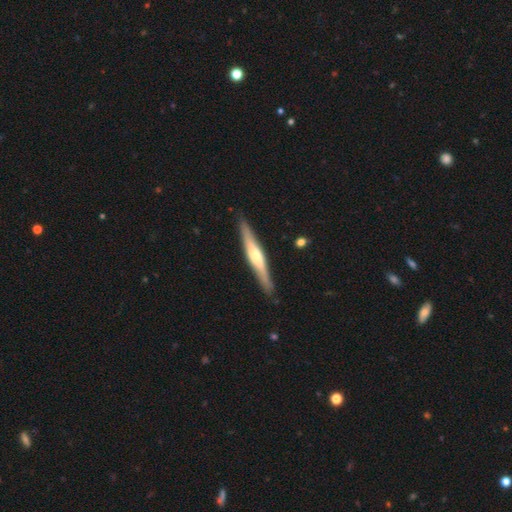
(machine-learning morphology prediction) This is likely a featured or disk galaxy (63%). It is clearly viewed edge-on (95%). Edge-on bulge: likely rounded (79%). Merging: clearly none (88%).